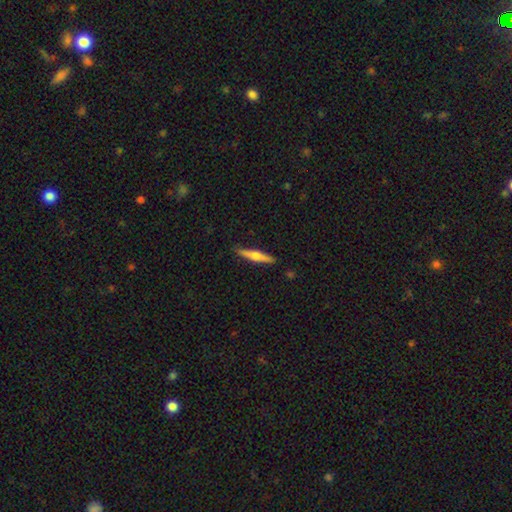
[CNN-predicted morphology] A featured or disk galaxy (57%) viewed edge-on (97%) with a rounded central bulge (88%).

Vote fractions:
- Smooth or featured? featured or disk: 57% / smooth: 37% / star or artifact: 6%
- Edge-on disk? yes: 97% / no: 3%
- Edge-on bulge? rounded: 88% / boxy: 7% / none: 6%
- Merging? none: 90% / minor disturbance: 7% / major disturbance: 1% / merger: 1%